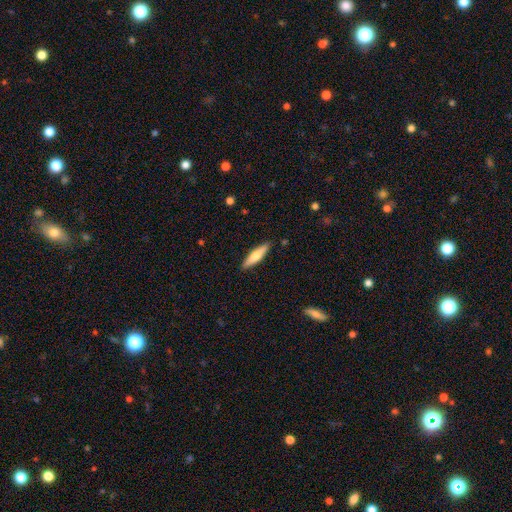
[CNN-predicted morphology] Q: Smooth or featured?
A: smooth (62%); runner-up: featured or disk (32%)
Q: How rounded?
A: cigar-shaped (77%); runner-up: in between (22%)
Q: Merging?
A: none (89%); runner-up: minor disturbance (8%)